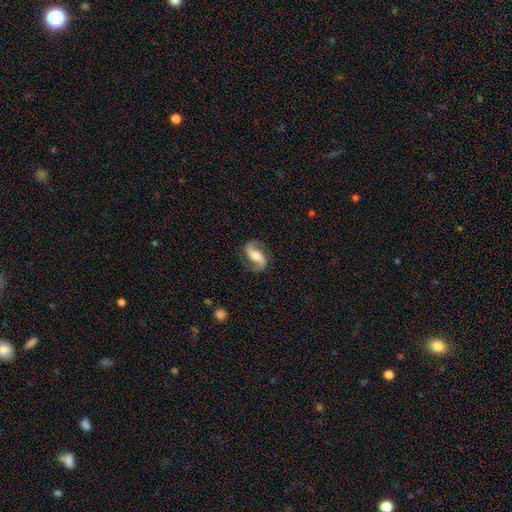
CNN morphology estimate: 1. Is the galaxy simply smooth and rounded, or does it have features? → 81% featured or disk, 13% smooth, 6% star or artifact.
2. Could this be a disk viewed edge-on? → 96% no, 4% yes.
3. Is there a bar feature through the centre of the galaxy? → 36% weak, 33% strong, 31% no.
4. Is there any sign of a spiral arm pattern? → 96% yes, 4% no.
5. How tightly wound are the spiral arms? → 52% loose, 37% medium, 11% tight.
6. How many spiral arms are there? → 91% 2, 4% 1, 2% can't tell, 1% 3, 1% 4, 1% more than 4.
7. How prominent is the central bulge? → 54% moderate, 21% large, 18% small, 5% none, 2% dominant.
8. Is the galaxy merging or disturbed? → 79% none, 14% minor disturbance, 6% major disturbance, 1% merger.